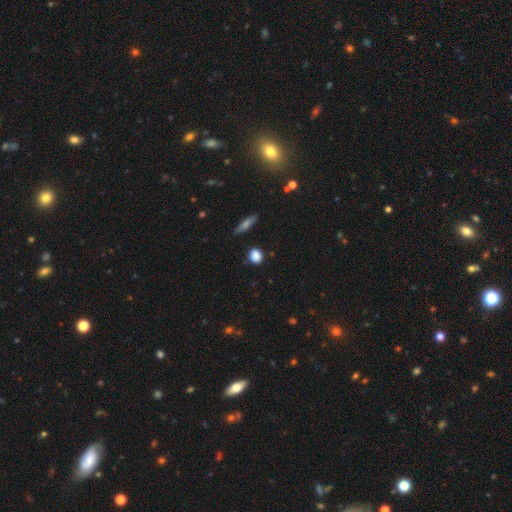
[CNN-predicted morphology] Overall: smooth (86%). How rounded: round (64%; in between 33%). Merging: none (82%).